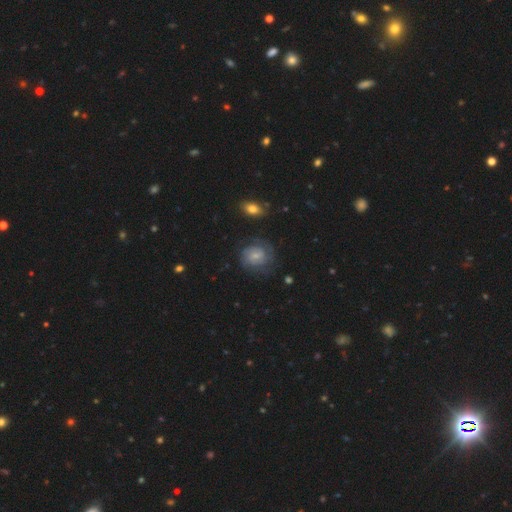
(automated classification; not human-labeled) smooth-or-featured: featured or disk: 67% | smooth: 25% | star or artifact: 8%
  disk-edge-on: no: 98% | yes: 2%
    bar: no: 46% (tied) | weak: 46% (tied) | strong: 8%
    has-spiral-arms: yes: 91% | no: 9%
      spiral-winding: tight: 58% | medium: 32% | loose: 10%
      spiral-arm-count: 2: 46% | can't tell: 31% | 3: 11% | 1: 5% | 4: 4% | more than 4: 3%
    bulge-size: small: 62% | moderate: 25% | none: 9% | large: 3% | dominant: 1%
  merging: none: 71% | minor disturbance: 18% | major disturbance: 9% | merger: 2%